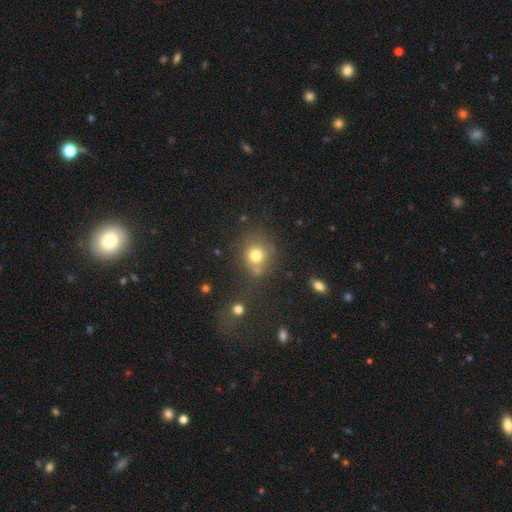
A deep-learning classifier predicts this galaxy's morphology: Overall: smooth (76%). How rounded: round (78%). Merging: none (61%).